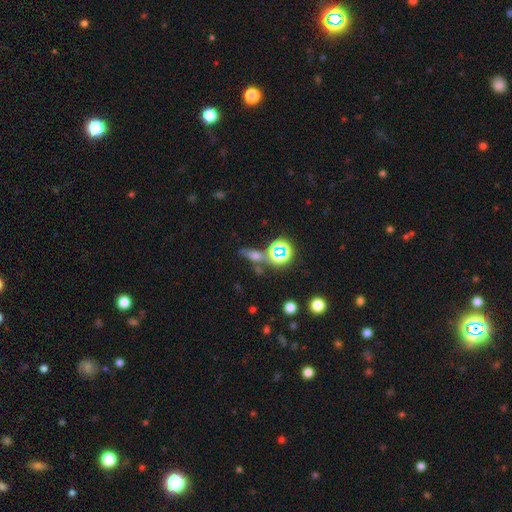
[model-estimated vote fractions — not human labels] Q: Smooth or featured?
A: smooth (46%); runner-up: star or artifact (32%)
Q: Merging?
A: none (64%); runner-up: minor disturbance (15%)